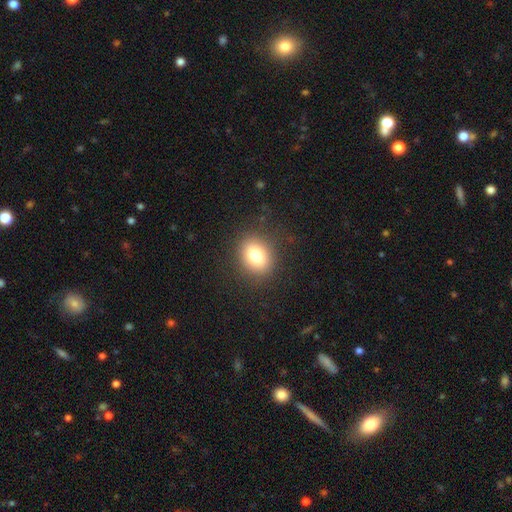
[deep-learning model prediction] A smooth galaxy with no disk features (78%) that is round (62%).

Vote fractions:
- Smooth or featured? smooth: 78% / star or artifact: 12% / featured or disk: 10%
- How rounded? round: 62% / in between: 37% / cigar-shaped: 1%
- Merging? none: 87% / minor disturbance: 8% / major disturbance: 4% / merger: 1%